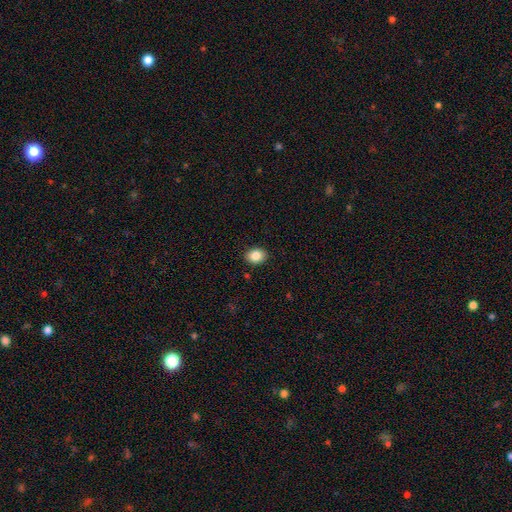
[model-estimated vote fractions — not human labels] A smooth galaxy with no disk features (86%) that is in between round and cigar-shaped (58%). Merging: none (90%).